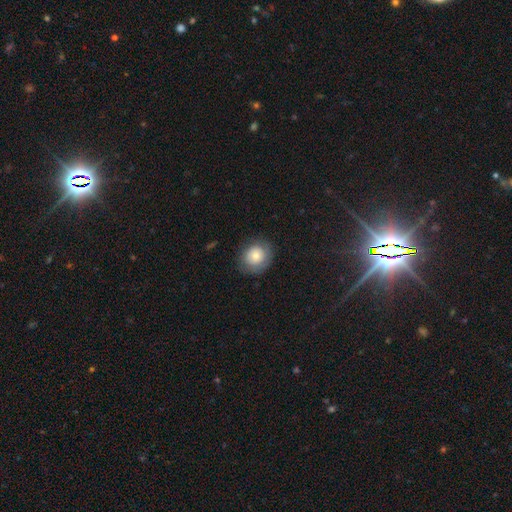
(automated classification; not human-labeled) Smooth or featured? smooth (70%)
How rounded? round (77%)
Merging? none (78%)